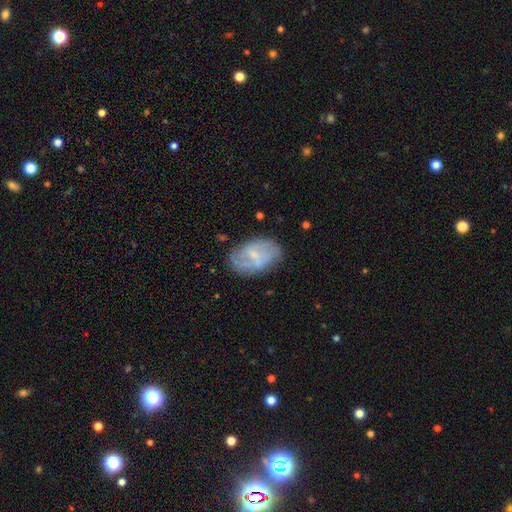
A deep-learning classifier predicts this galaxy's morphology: Smooth or featured? featured or disk (62%)
Edge-on disk? no (97%)
Bar? weak (54%)
Spiral arms? yes (73%)
Bulge size? small (60%)
Merging? none (65%)